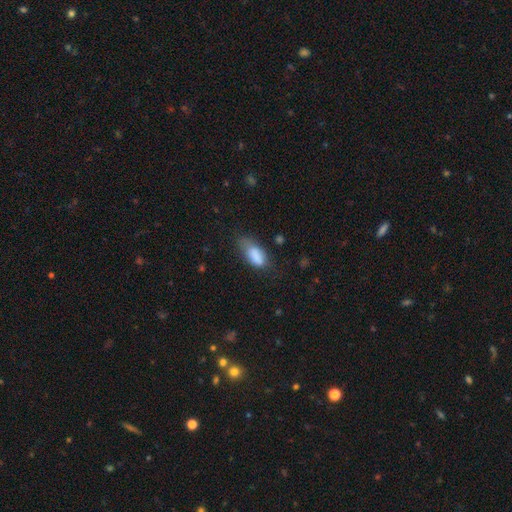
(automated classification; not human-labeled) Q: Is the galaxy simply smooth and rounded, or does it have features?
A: smooth — 82%.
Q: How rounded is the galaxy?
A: in between — 86%.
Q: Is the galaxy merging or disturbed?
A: none — 45%.